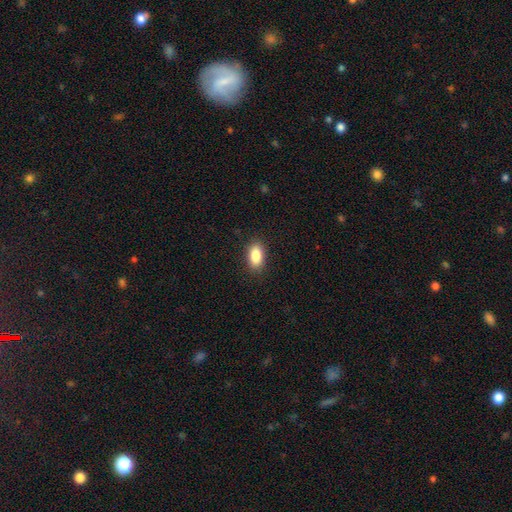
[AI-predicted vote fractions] A smooth galaxy with no disk features (87%) that is in between round and cigar-shaped (91%).

Vote fractions:
- Smooth or featured? smooth: 87% / star or artifact: 7% / featured or disk: 5%
- How rounded? in between: 91% / round: 5% / cigar-shaped: 4%
- Merging? none: 88% / minor disturbance: 9% / major disturbance: 2% / merger: 1%